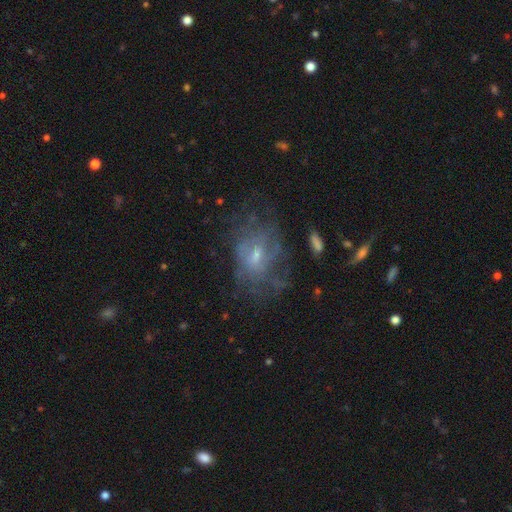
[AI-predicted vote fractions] Morphology: type=featured or disk (63%); edge-on=no (96%); bar=no (53%); spiral arms=yes (54%); bulge=small (57%); merging=none (54%).